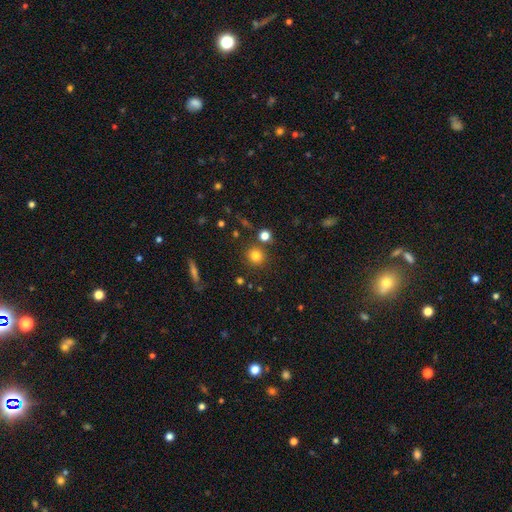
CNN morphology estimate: This appears to be a smooth galaxy with no disk features (79%) that is round (91%). Merging: none (82%).